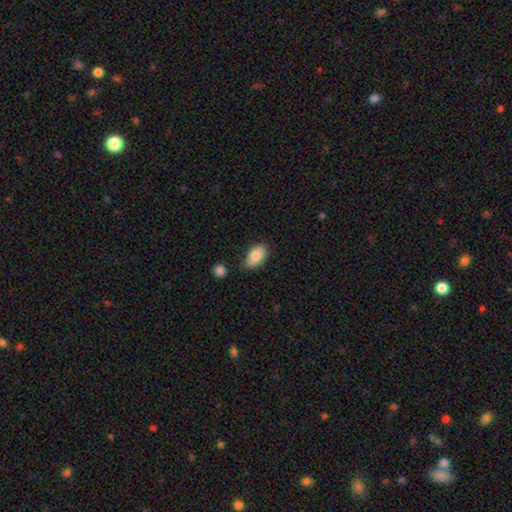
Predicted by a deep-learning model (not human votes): This appears to be a smooth galaxy with no disk features (85%) that is in between round and cigar-shaped (94%). Merging: none (72%).